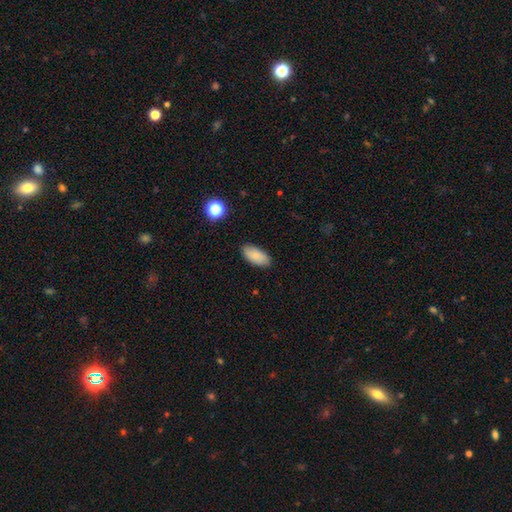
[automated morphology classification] smooth 86%, star or artifact 7%, featured or disk 7%. Down the decision tree: how rounded — in between (91%); merging — none (87%).